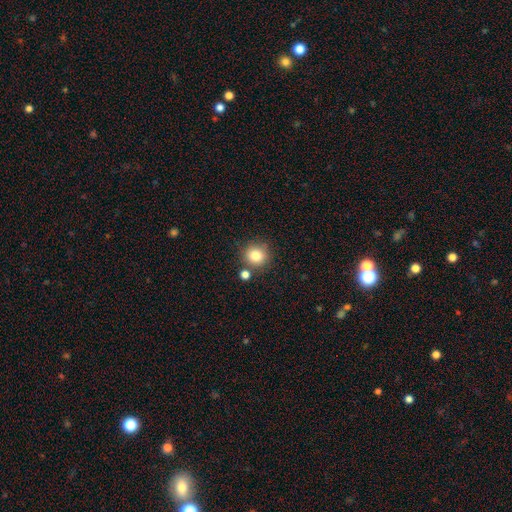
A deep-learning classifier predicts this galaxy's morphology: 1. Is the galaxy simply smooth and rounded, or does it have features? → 82% smooth, 11% star or artifact, 7% featured or disk.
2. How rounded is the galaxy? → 91% round, 8% in between, 1% cigar-shaped.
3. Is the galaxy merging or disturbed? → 76% none, 12% merger, 9% minor disturbance, 3% major disturbance.